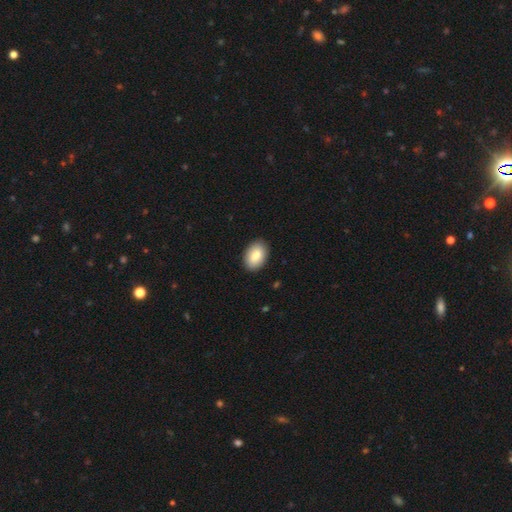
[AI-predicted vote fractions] The model was most divided on "smooth or featured": smooth: 85%, featured or disk: 9%, star or artifact: 6%. More confident: merging — none (90%); how rounded — in between (89%).